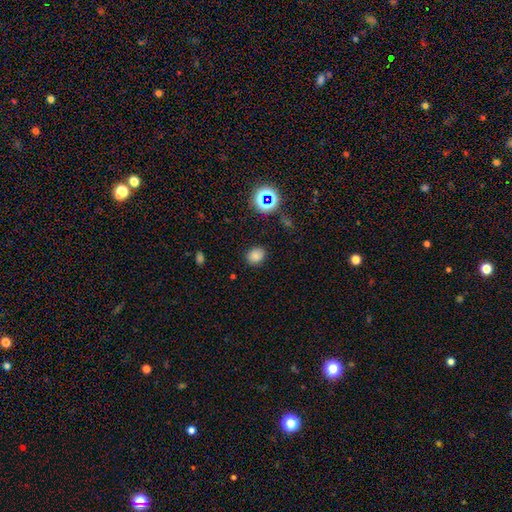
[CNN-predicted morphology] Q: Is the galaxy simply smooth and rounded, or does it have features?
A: smooth — 76%.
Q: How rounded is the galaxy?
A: round — 58%.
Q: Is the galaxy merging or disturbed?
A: none — 84%.